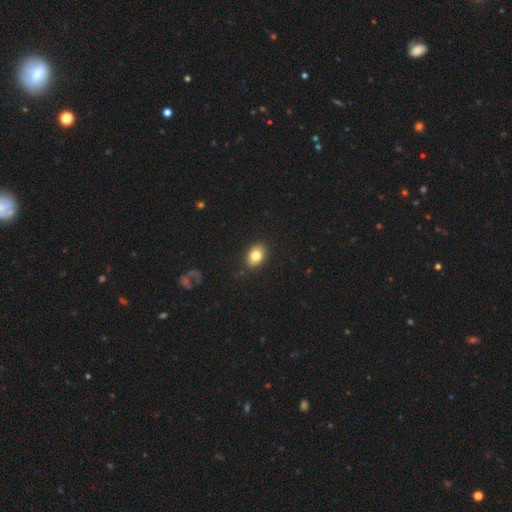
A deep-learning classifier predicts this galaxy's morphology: Smooth or featured? Predicted: smooth (p=0.81). How rounded? Predicted: in between (p=0.76). Merging? Predicted: none (p=0.88).